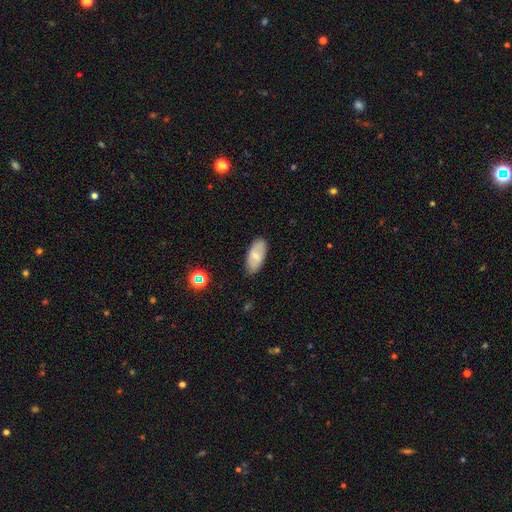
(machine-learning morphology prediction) smooth_or_featured: smooth (p=0.67) [alt: featured or disk p=0.26]
how_rounded: in between (p=0.91) [alt: cigar-shaped p=0.07]
merging: none (p=0.84) [alt: minor disturbance p=0.12]